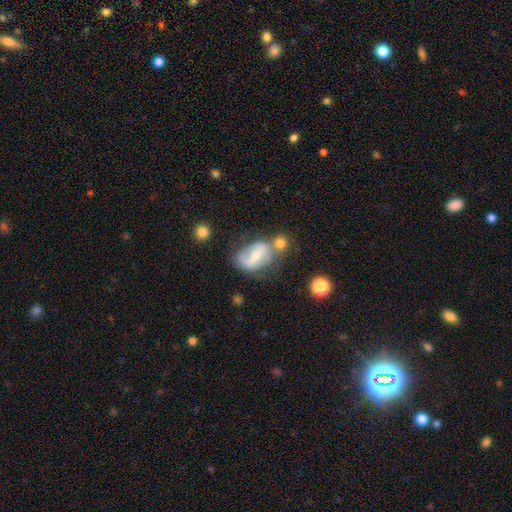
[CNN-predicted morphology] smooth-or-featured: featured or disk: 61% | smooth: 32% | star or artifact: 8%
  disk-edge-on: no: 95% | yes: 5%
    bar: weak: 40% | strong: 35% | no: 25%
    has-spiral-arms: yes: 71% | no: 29%
    bulge-size: moderate: 57% | small: 35% | large: 4% | none: 3% | dominant: 1%
  merging: none: 39% | merger: 29% | minor disturbance: 21% | major disturbance: 11%